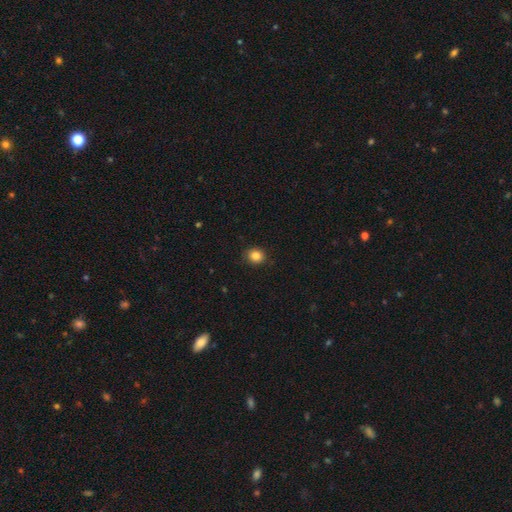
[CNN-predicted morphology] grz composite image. It shows a smooth galaxy with no disk features (84%) that is round (78%). Merging: none (88%).